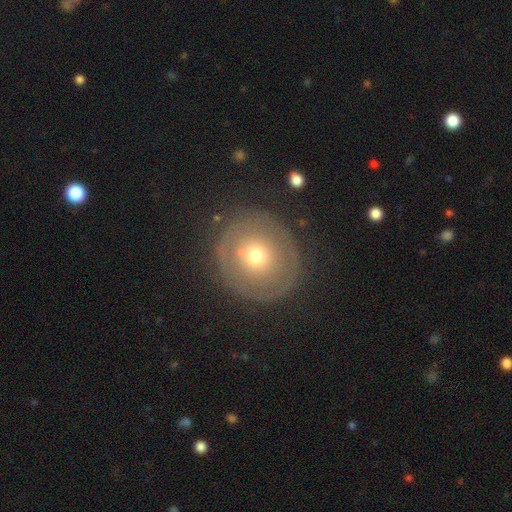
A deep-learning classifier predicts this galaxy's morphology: This is possibly a smooth galaxy (46%). Merging: clearly none (81%).